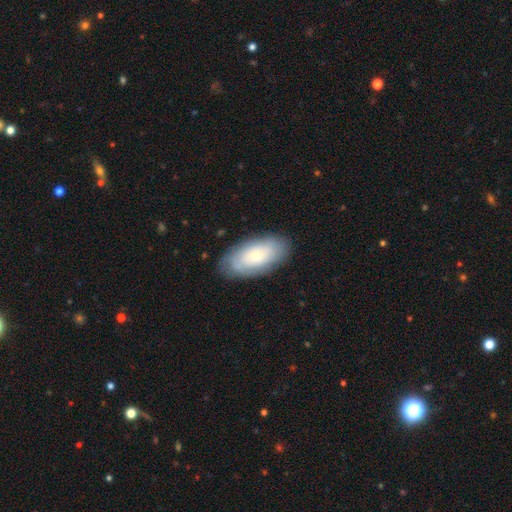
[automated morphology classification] This is possibly a smooth galaxy (53%). How rounded: clearly in between (92%). Merging: likely none (79%).